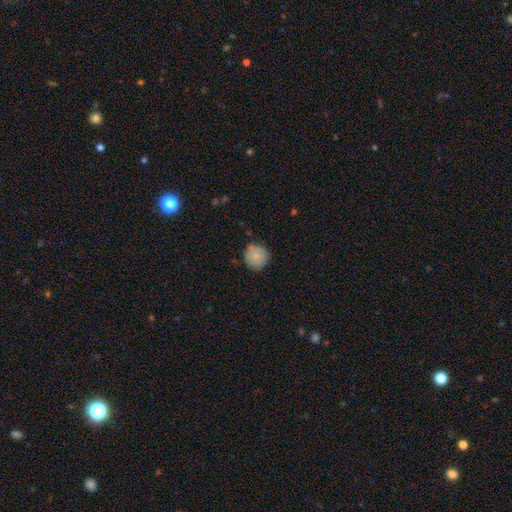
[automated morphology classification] A smooth galaxy with no disk features (82%) that is round (91%).

Vote fractions:
- Smooth or featured? smooth: 82% / featured or disk: 10% / star or artifact: 8%
- How rounded? round: 91% / in between: 8% / cigar-shaped: 1%
- Merging? none: 78% / minor disturbance: 17% / major disturbance: 3% / merger: 2%